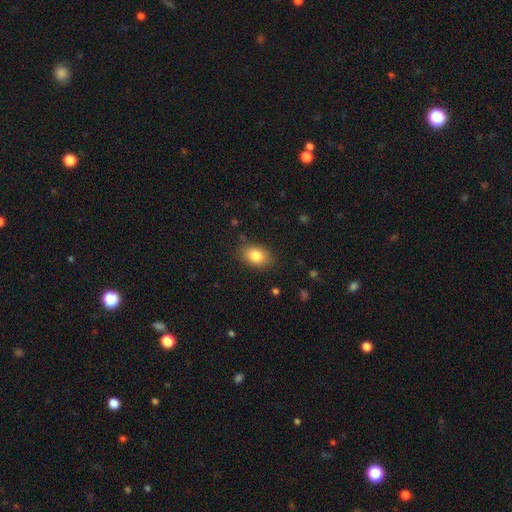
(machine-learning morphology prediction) Smooth or featured? smooth (83%)
How rounded? in between (81%)
Merging? none (84%)